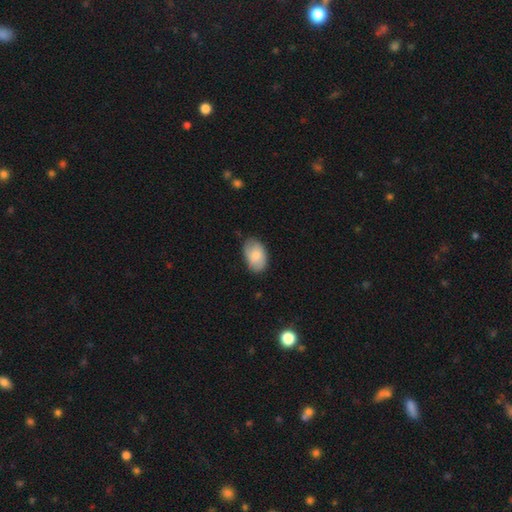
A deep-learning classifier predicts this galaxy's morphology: smooth-or-featured: smooth: 77% | featured or disk: 17% | star or artifact: 6%
  how-rounded: in between: 90% | round: 8% | cigar-shaped: 1%
  merging: none: 76% | minor disturbance: 20% | major disturbance: 3% | merger: 1%